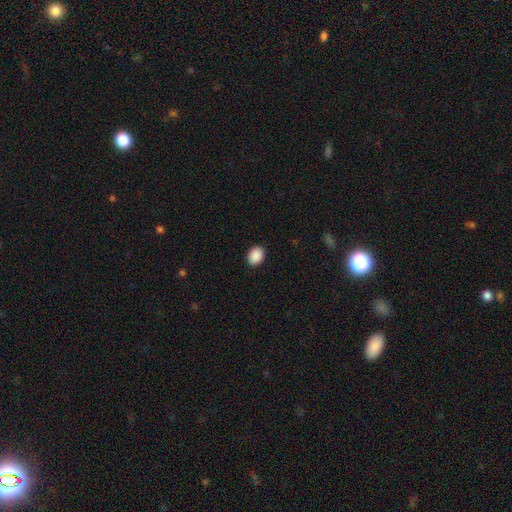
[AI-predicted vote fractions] Q: Smooth or featured?
A: smooth (90%); runner-up: star or artifact (7%)
Q: How rounded?
A: in between (57%); runner-up: round (42%)
Q: Merging?
A: none (90%); runner-up: minor disturbance (7%)